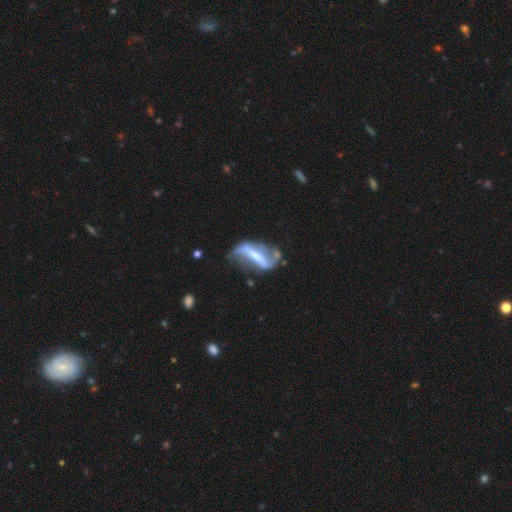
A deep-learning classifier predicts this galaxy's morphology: type=featured or disk (86%); edge-on=no (92%); bar=strong (61%); spiral arms=yes (90%); winding=loose (79%); arm count=2 (89%); bulge=small (55%); merging=none (54%).